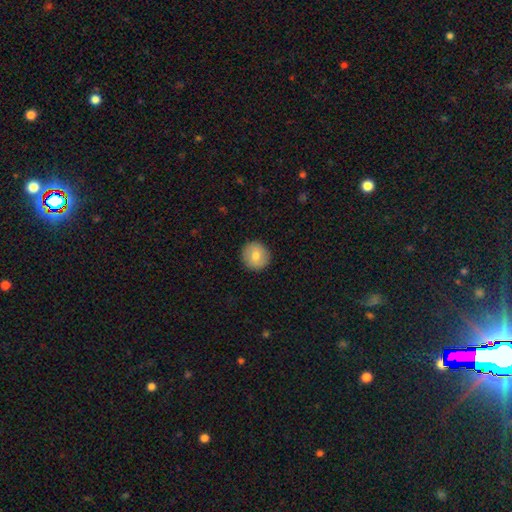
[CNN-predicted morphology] Smooth or featured? Predicted: smooth (p=0.75). How rounded? Predicted: round (p=0.94). Merging? Predicted: none (p=0.91).